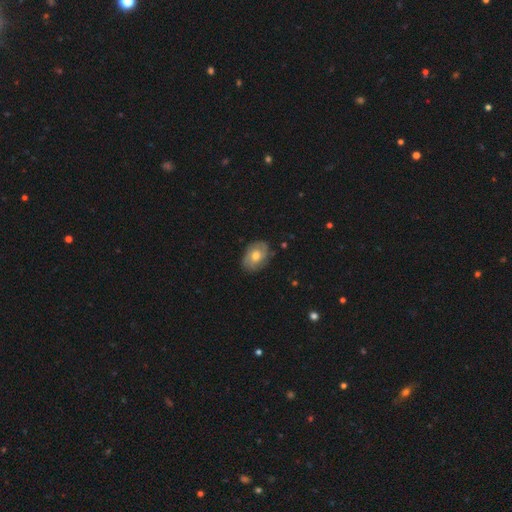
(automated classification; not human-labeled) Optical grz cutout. It shows a featured or disk galaxy (58%) with no bar (68%), spiral arms (79%) and a moderate central bulge (74%). Merging: none (78%).